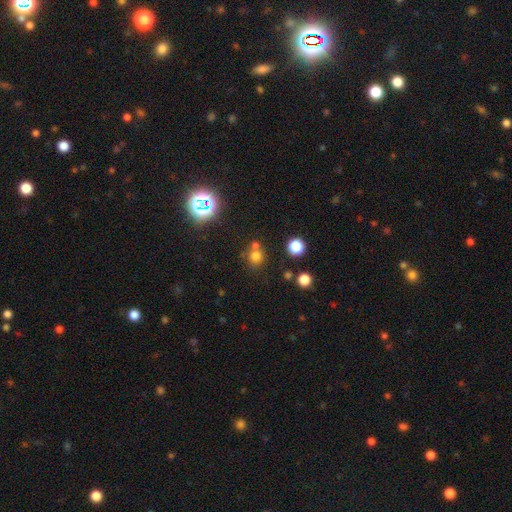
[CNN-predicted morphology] smooth_or_featured: smooth (p=0.71) [alt: star or artifact p=0.21]
how_rounded: round (p=0.86) [alt: in between p=0.13]
merging: none (p=0.60) [alt: merger p=0.27]